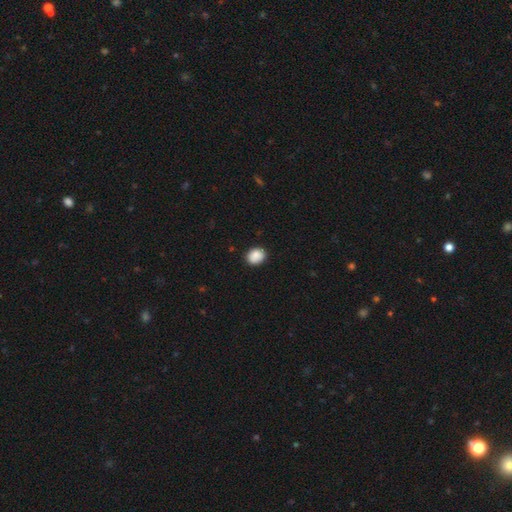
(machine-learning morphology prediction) A smooth galaxy with no disk features (89%) that is round (54%). Merging: none (87%).